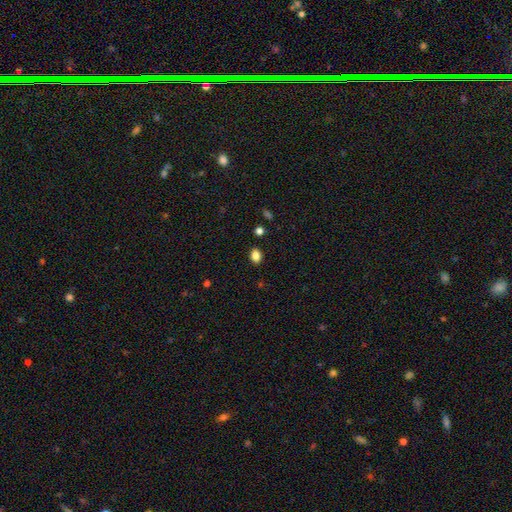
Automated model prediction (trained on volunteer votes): smooth_or_featured: smooth (p=0.85) [alt: star or artifact p=0.11]
how_rounded: in between (p=0.73) [alt: round p=0.26]
merging: none (p=0.87) [alt: minor disturbance p=0.09]